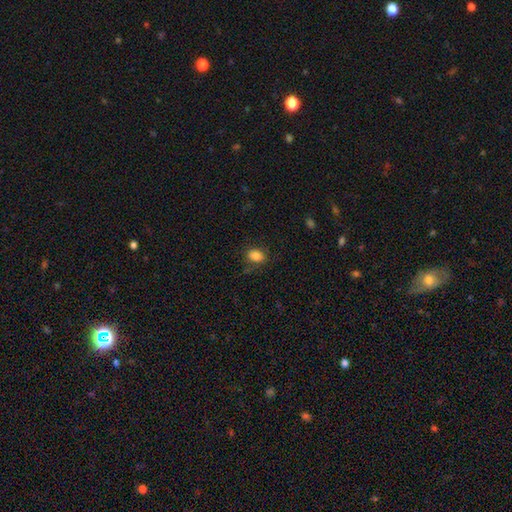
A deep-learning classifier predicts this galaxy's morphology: The model was most divided on "how rounded": in between: 59%, round: 40%, cigar-shaped: 1%. More confident: smooth or featured — smooth (84%); merging — none (77%).